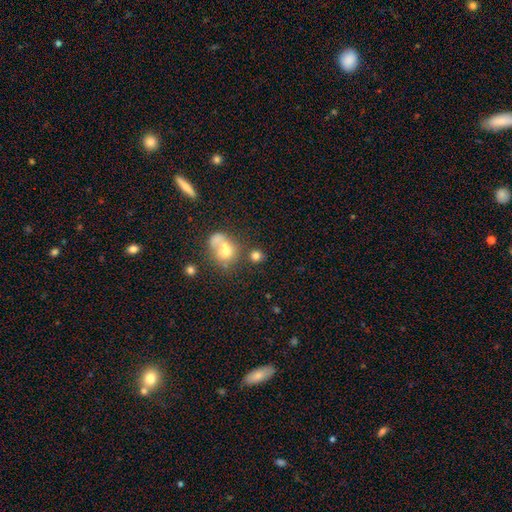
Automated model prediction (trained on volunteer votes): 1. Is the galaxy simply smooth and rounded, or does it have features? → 72% smooth, 14% featured or disk, 13% star or artifact.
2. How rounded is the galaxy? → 78% round, 21% in between, 1% cigar-shaped.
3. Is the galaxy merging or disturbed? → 51% none, 35% merger, 8% minor disturbance, 5% major disturbance.